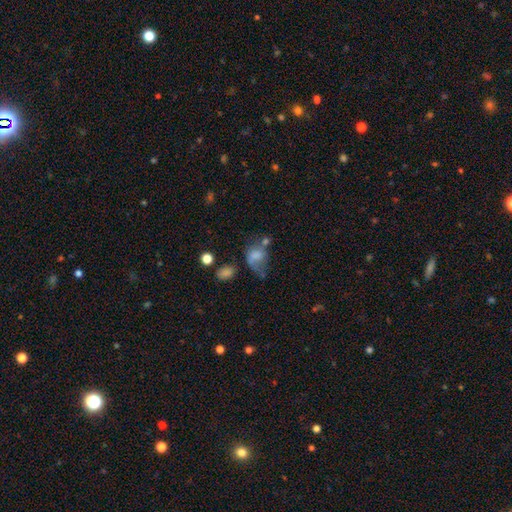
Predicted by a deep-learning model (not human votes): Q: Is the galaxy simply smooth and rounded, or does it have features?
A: smooth — 66%.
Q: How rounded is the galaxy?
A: in between — 64%.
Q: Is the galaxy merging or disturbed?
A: major disturbance — 34%.